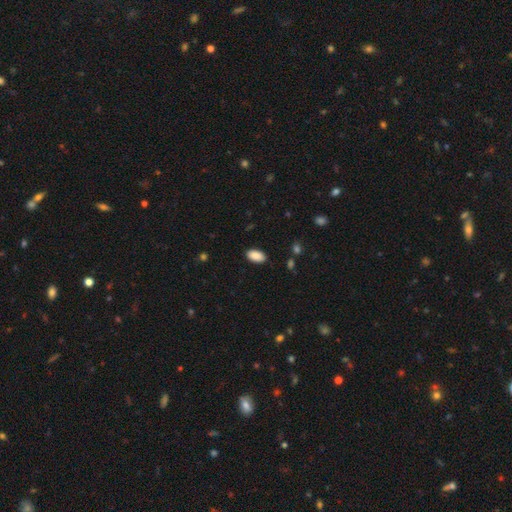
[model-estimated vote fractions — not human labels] Smooth or featured? smooth (89%)
How rounded? in between (95%)
Merging? none (88%)